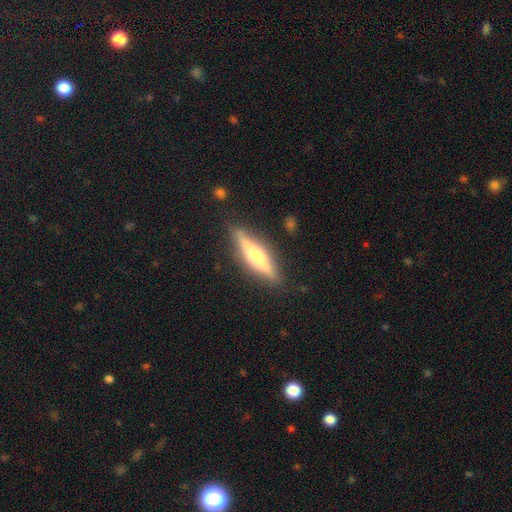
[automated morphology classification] Smooth or featured?
  - featured or disk: 63% *
  - smooth: 31%
  - star or artifact: 6%
Edge-on disk?
  - yes: 96% *
  - no: 4%
Edge-on bulge?
  - rounded: 87% *
  - boxy: 8%
  - none: 5%
Merging?
  - none: 87% *
  - minor disturbance: 9%
  - major disturbance: 2%
  - merger: 1%